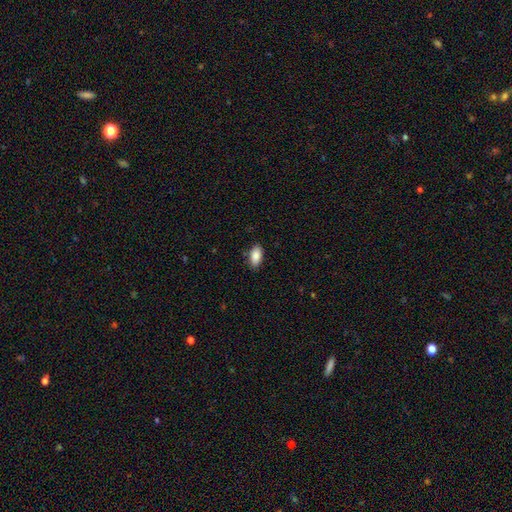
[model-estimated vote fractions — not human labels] smooth 88%, star or artifact 7%, featured or disk 5%. Down the decision tree: how rounded — in between (92%); merging — none (85%).